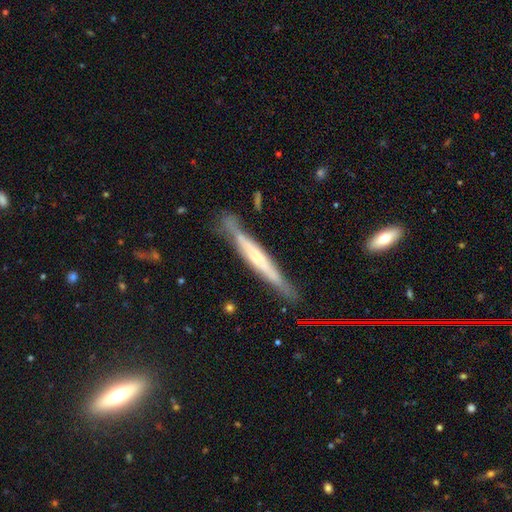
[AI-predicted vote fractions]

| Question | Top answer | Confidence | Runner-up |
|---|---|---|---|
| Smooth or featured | featured or disk | 60% | smooth (33%) |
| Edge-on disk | yes | 93% | no (7%) |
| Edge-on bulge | none | 48% | boxy (27%) |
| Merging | none | 77% | minor disturbance (16%) |